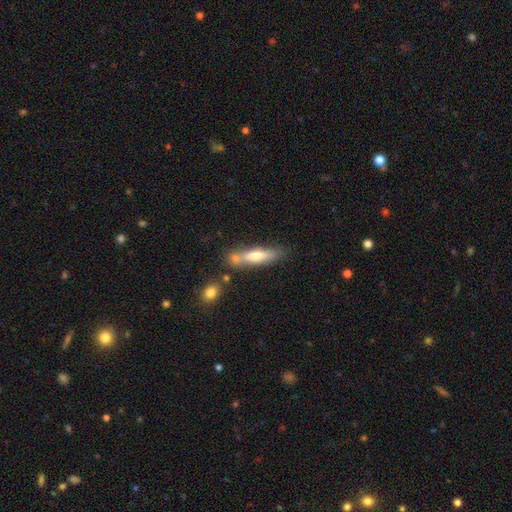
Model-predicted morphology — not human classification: This appears to be a smooth galaxy with no disk features (60%) that is cigar-shaped (73%). Merging: none (61%).